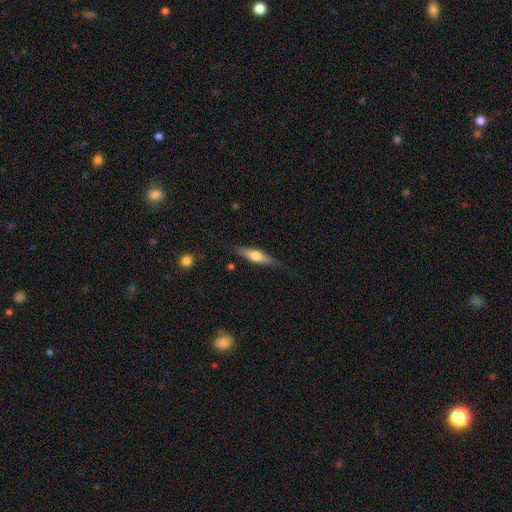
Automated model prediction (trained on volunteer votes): Smooth or featured? Predicted: smooth (p=0.48). Merging? Predicted: none (p=0.80).